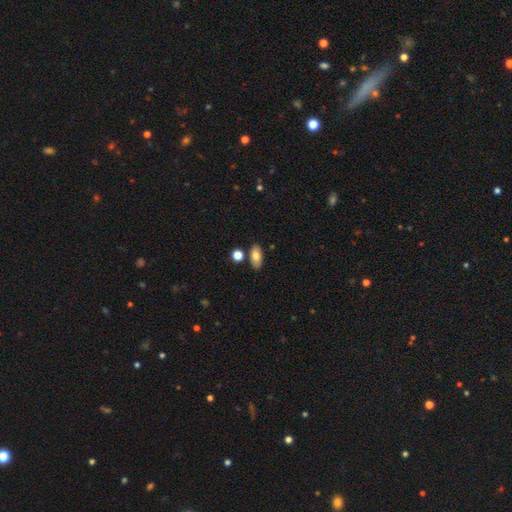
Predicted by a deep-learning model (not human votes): This appears to be a smooth galaxy with no disk features (78%) that is in between round and cigar-shaped (90%). Merging: none (81%).